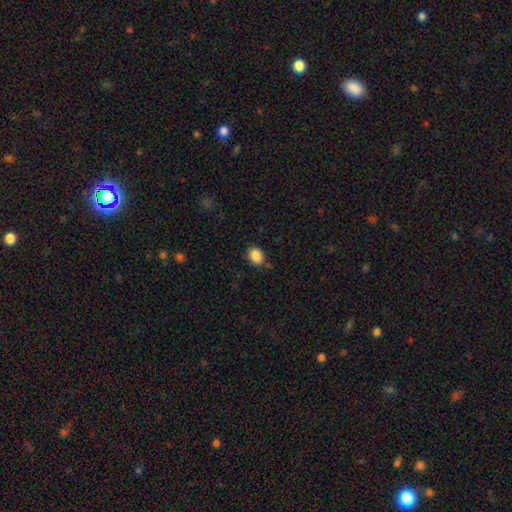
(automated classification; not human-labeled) smooth_or_featured: smooth (p=0.87) [alt: star or artifact p=0.09]
how_rounded: in between (p=0.51) [alt: round p=0.48]
merging: none (p=0.81) [alt: minor disturbance p=0.14]